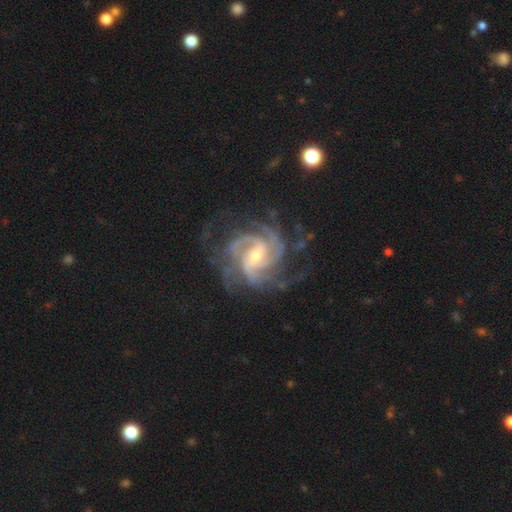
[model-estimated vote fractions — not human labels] A featured or disk galaxy (93%) with a weak bar (47%), 3 (28%, tied with 4) tight (52%) spiral arms (99%) and a small central bulge (50%).

Vote fractions:
- Smooth or featured? featured or disk: 93% / star or artifact: 4% / smooth: 2%
- Edge-on disk? no: 98% / yes: 2%
- Bar? weak: 47% / no: 31% / strong: 22%
- Spiral arms? yes: 99% / no: 1%
- Spiral winding? tight: 52% / medium: 42% / loose: 6%
- Spiral arm count? 3: 28% (tied) / 4: 28% (tied) / 2: 15% / can't tell: 13% / more than 4: 9% / 1: 8%
- Bulge size? small: 50% / moderate: 45% / large: 2% / none: 1% / dominant: 1%
- Merging? none: 71% / minor disturbance: 17% / major disturbance: 11% / merger: 1%